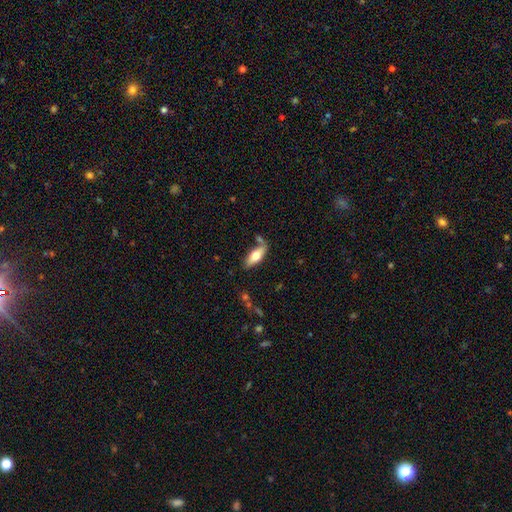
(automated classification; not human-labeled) Smooth or featured? Predicted: smooth (p=0.64). How rounded? Predicted: in between (p=0.72). Merging? Predicted: none (p=0.68).